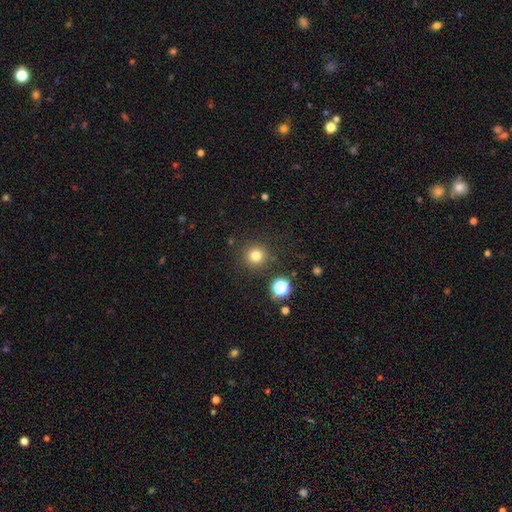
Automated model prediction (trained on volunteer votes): Smooth or featured: smooth — 79% (star or artifact — 15%)
How rounded: round — 94% (in between — 5%)
Merging: none — 88% (minor disturbance — 6%)